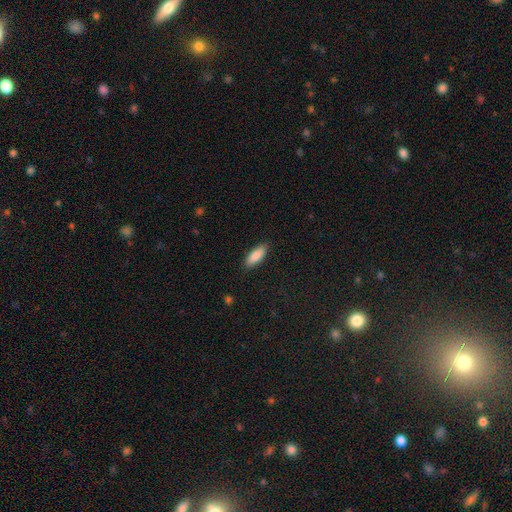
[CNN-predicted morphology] Overall: smooth (88%). How rounded: in between (68%; cigar-shaped 30%). Merging: none (87%).